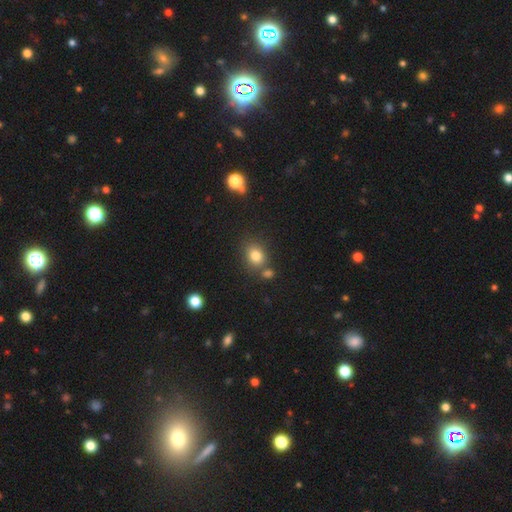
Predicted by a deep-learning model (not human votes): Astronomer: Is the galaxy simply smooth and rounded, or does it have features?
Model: smooth — 79%.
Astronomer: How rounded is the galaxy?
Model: round — 58% (runner-up: in between, 41%).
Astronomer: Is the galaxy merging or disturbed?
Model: none — 70%.